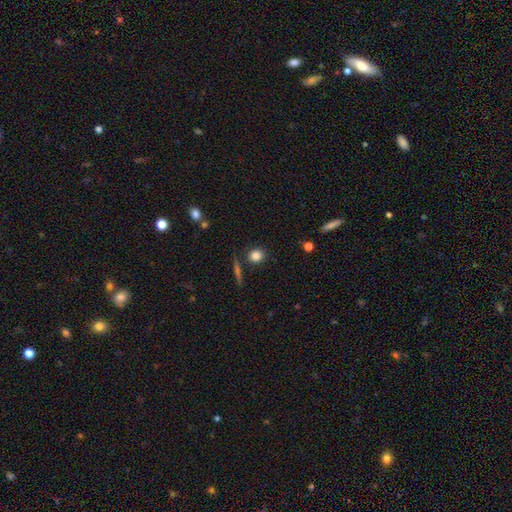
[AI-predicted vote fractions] smooth_or_featured: smooth (p=0.83) [alt: star or artifact p=0.10]
how_rounded: round (p=0.82) [alt: in between p=0.16]
merging: none (p=0.83) [alt: minor disturbance p=0.09]